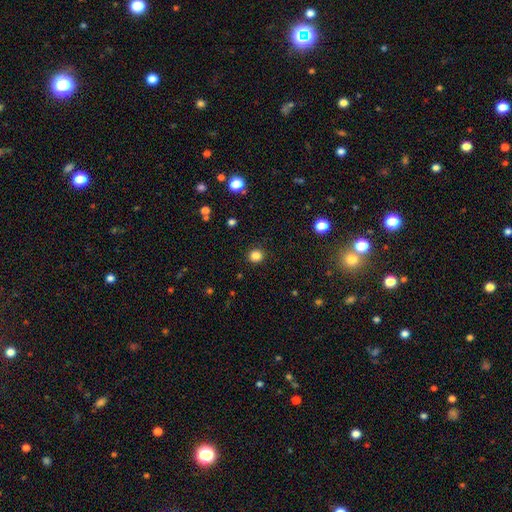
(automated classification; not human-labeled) smooth 84%, star or artifact 12%, featured or disk 4%. Down the decision tree: how rounded — round (92%); merging — none (92%).